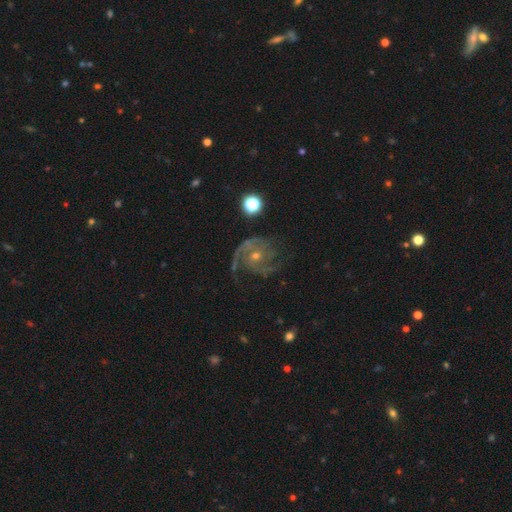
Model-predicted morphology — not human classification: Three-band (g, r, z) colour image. It shows a featured or disk galaxy (86%) with no bar (72%), 2 (42%) medium (45%) spiral arms (96%) and a small central bulge (56%). Merging: none (67%).